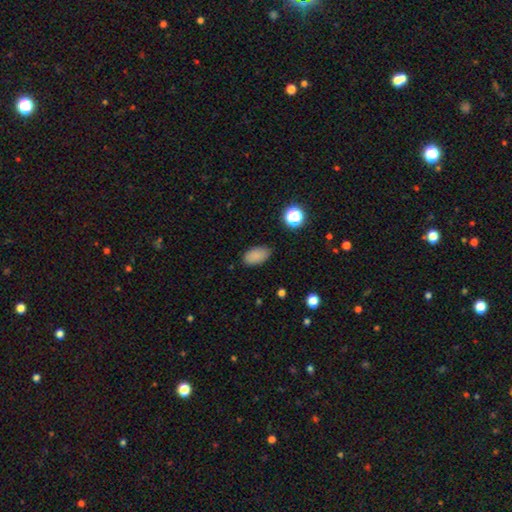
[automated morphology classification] Smooth or featured: smooth — 85% (star or artifact — 11%)
How rounded: in between — 92% (round — 6%)
Merging: none — 82% (minor disturbance — 14%)